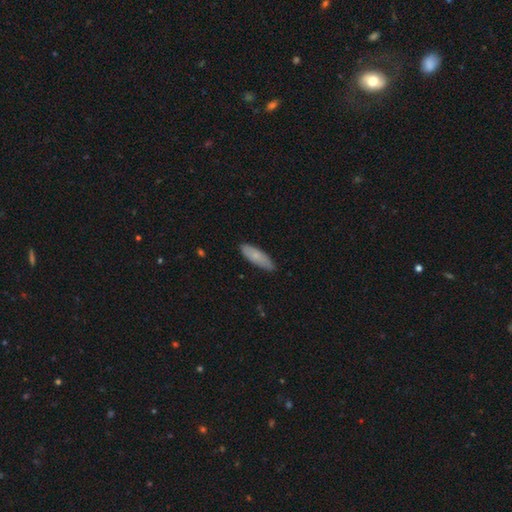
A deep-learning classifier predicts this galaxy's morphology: smooth-or-featured: smooth: 77% | featured or disk: 17% | star or artifact: 6%
  how-rounded: in between: 51% | cigar-shaped: 48% | round: 2%
  merging: none: 83% | minor disturbance: 14% | major disturbance: 2% | merger: 1%